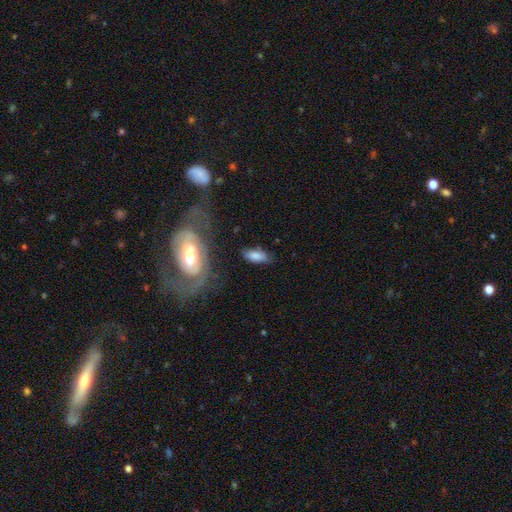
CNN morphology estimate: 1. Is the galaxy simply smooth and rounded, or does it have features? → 78% smooth, 14% featured or disk, 8% star or artifact.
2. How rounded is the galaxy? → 82% in between, 15% cigar-shaped, 3% round.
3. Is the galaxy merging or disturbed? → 72% none, 18% minor disturbance, 6% major disturbance, 4% merger.